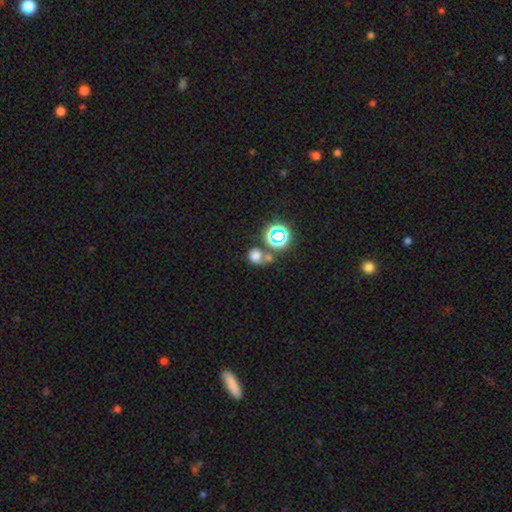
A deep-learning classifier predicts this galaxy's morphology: A smooth galaxy with no disk features (67%) that is round (76%).

Vote fractions:
- Smooth or featured? smooth: 67% / star or artifact: 23% / featured or disk: 10%
- How rounded? round: 76% / in between: 23% / cigar-shaped: 1%
- Merging? none: 45% / merger: 38% / minor disturbance: 11% / major disturbance: 6%